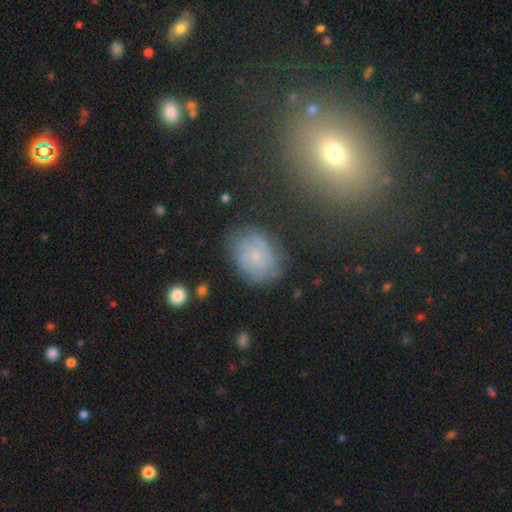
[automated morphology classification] Q: Smooth or featured?
A: smooth (47%); runner-up: featured or disk (41%)
Q: Merging?
A: none (72%); runner-up: minor disturbance (19%)